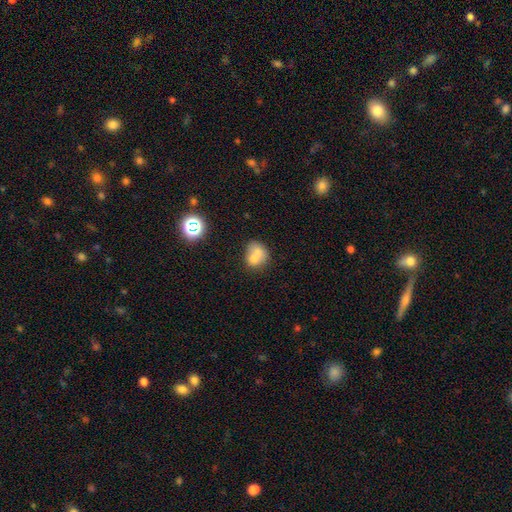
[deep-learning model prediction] A smooth galaxy with no disk features (68%) that is round (63%).

Vote fractions:
- Smooth or featured? smooth: 68% / featured or disk: 20% / star or artifact: 11%
- How rounded? round: 63% / in between: 36% / cigar-shaped: 1%
- Merging? merger: 52% / none: 33% / minor disturbance: 11% / major disturbance: 5%